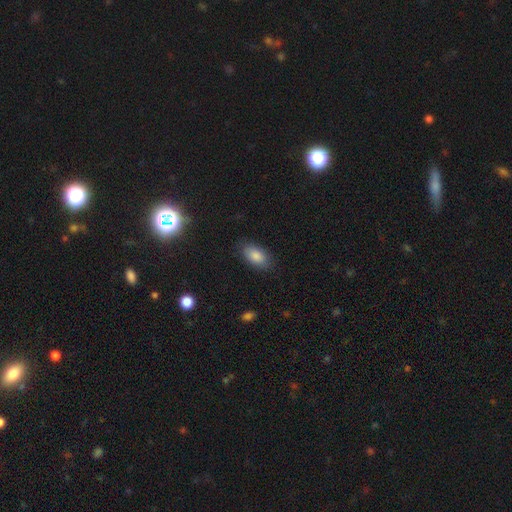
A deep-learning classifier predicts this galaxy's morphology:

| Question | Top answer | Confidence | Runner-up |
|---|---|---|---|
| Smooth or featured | smooth | 84% | star or artifact (8%) |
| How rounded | in between | 92% | round (6%) |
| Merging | none | 83% | minor disturbance (12%) |